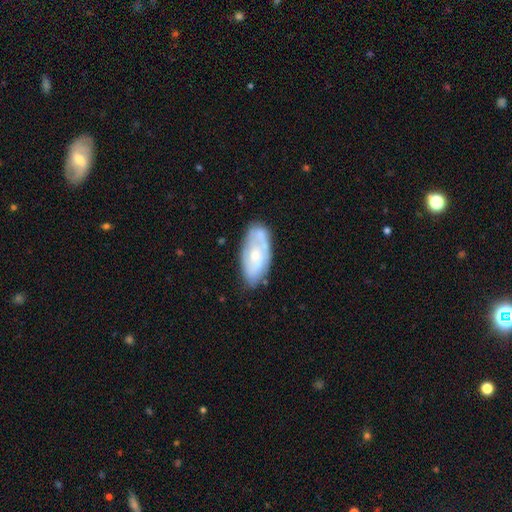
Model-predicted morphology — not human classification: This appears to be a featured or disk galaxy (56%) with no bar (78%), spiral arms (52%) and a small central bulge (52%). Merging: none (65%).